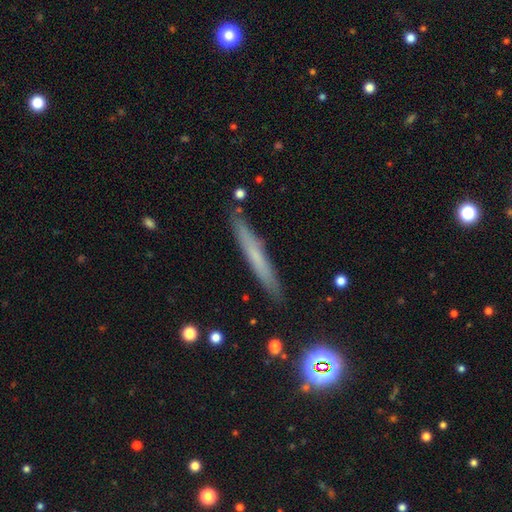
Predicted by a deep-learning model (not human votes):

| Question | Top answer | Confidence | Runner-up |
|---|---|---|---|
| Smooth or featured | smooth | 54% | featured or disk (36%) |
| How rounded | cigar-shaped | 95% | in between (3%) |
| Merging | none | 88% | minor disturbance (9%) |